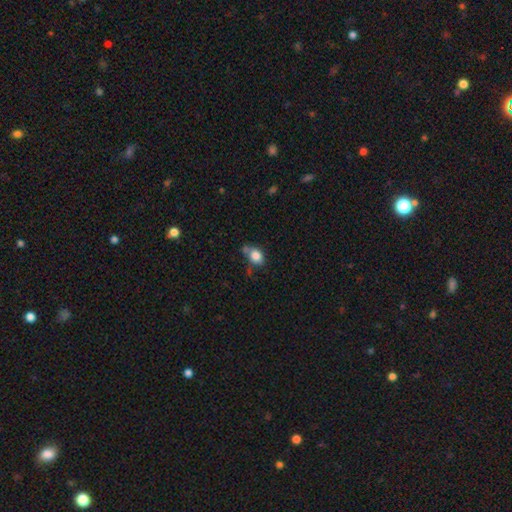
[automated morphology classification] A smooth galaxy with no disk features (82%) that is in between round and cigar-shaped (61%). Merging: none (50%).